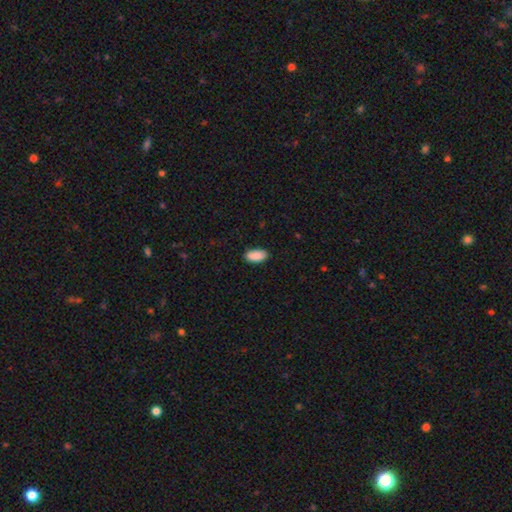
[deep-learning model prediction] Morphology: type=smooth (91%); roundness=in between (94%); merging=none (88%).